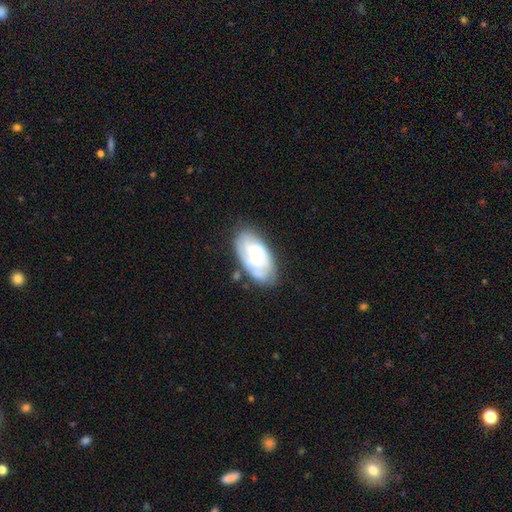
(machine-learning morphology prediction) Smooth or featured? featured or disk (73%)
Edge-on disk? no (96%)
Bar? no (61%)
Spiral arms? yes (94%)
Spiral winding? tight (60%)
Spiral arm count? 3 (29%)
Bulge size? small (61%)
Merging? none (72%)